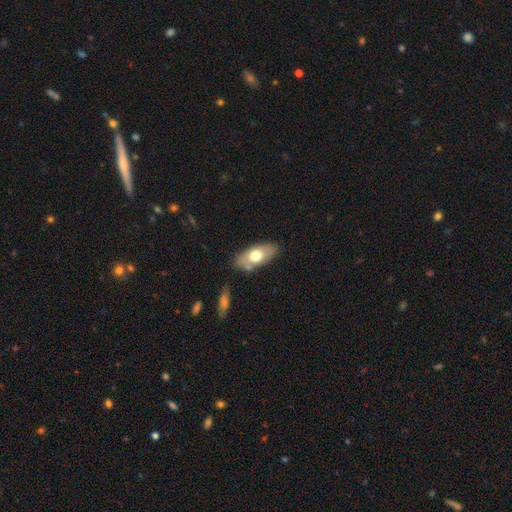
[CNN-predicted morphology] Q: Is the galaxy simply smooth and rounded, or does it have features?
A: smooth — 64%.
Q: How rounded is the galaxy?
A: in between — 87%.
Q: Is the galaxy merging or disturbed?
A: none — 75%.